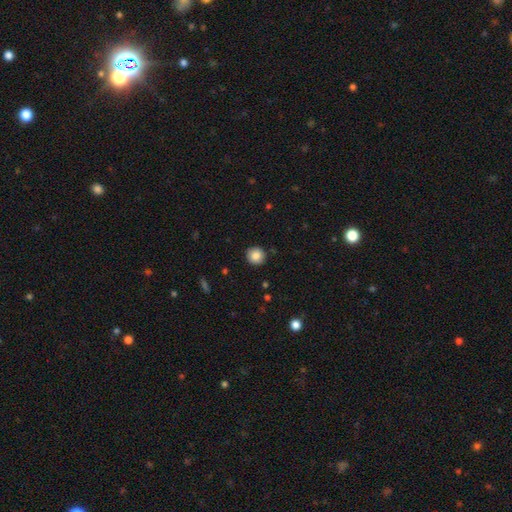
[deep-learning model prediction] Smooth or featured? Predicted: smooth (p=0.85). How rounded? Predicted: round (p=0.93). Merging? Predicted: none (p=0.91).